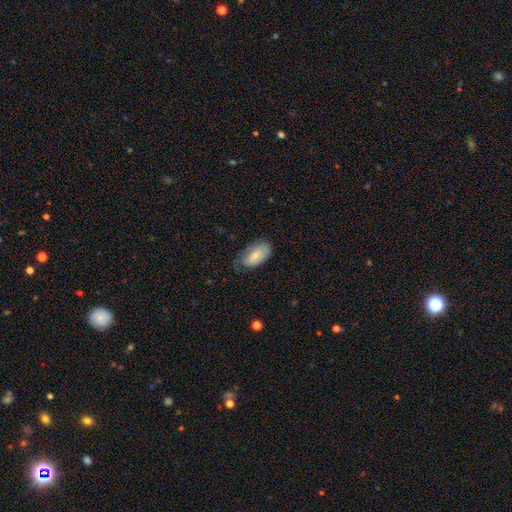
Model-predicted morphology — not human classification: smooth 71%, featured or disk 22%, star or artifact 6%. Down the decision tree: how rounded — in between (93%); merging — none (55%).